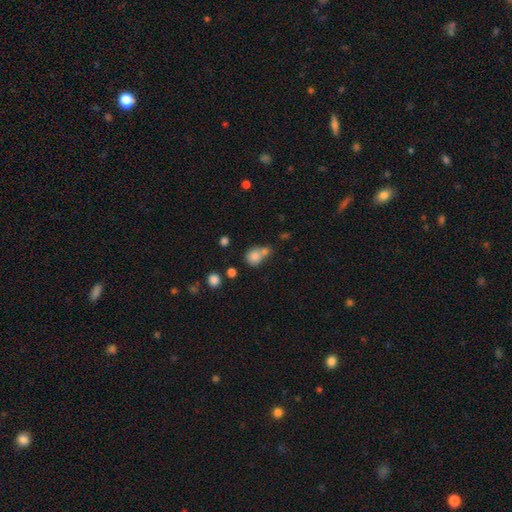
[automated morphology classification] The model was most divided on "merging": merger: 44%, none: 39%, minor disturbance: 11%, major disturbance: 5%. More confident: smooth or featured — smooth (80%); how rounded — round (75%).